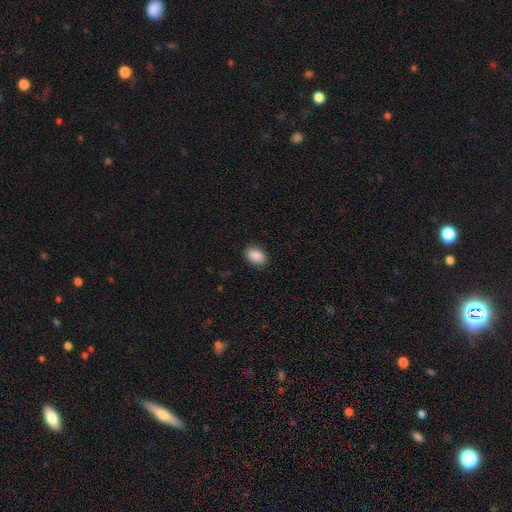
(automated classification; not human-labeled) Smooth or featured? smooth (90%)
How rounded? in between (86%)
Merging? none (89%)